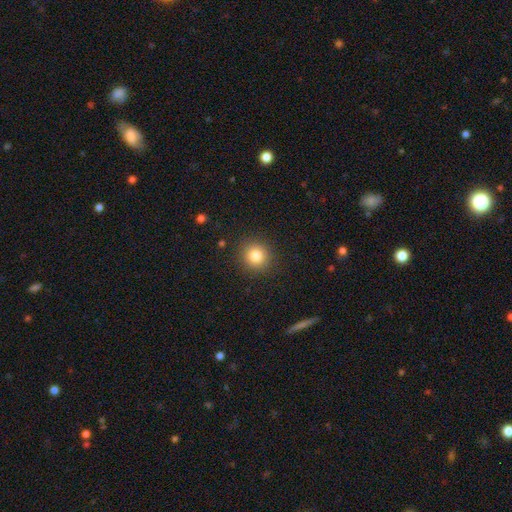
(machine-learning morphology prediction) Smooth or featured? smooth (82%)
How rounded? round (90%)
Merging? none (90%)